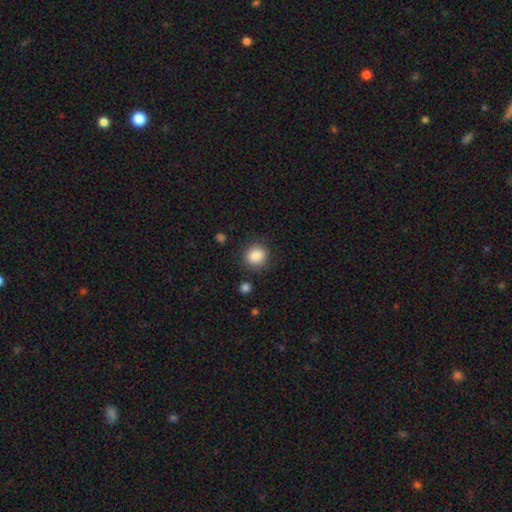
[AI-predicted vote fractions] This is clearly a smooth galaxy (87%). How rounded: clearly round (84%). Merging: clearly none (85%).